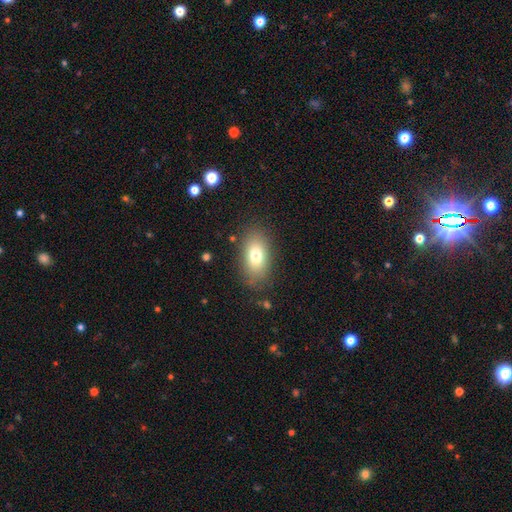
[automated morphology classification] Smooth or featured?
  - smooth: 77% *
  - featured or disk: 14%
  - star or artifact: 9%
How rounded?
  - in between: 89% *
  - round: 8%
  - cigar-shaped: 3%
Merging?
  - none: 83% *
  - minor disturbance: 11%
  - major disturbance: 4%
  - merger: 1%